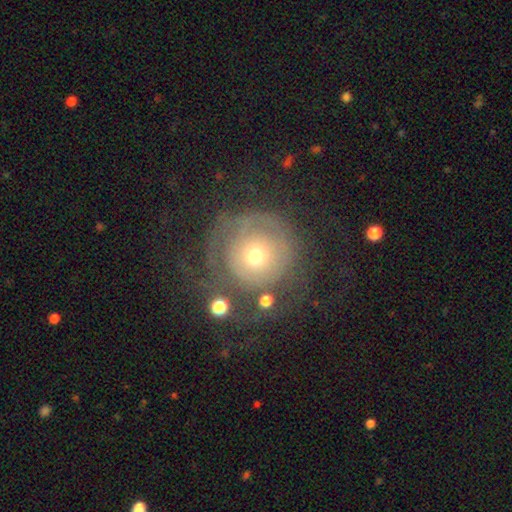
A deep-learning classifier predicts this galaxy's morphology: Q: Smooth or featured?
A: featured or disk (51%); runner-up: smooth (37%)
Q: Edge-on disk?
A: no (96%); runner-up: yes (4%)
Q: Merging?
A: none (52%); runner-up: major disturbance (27%)